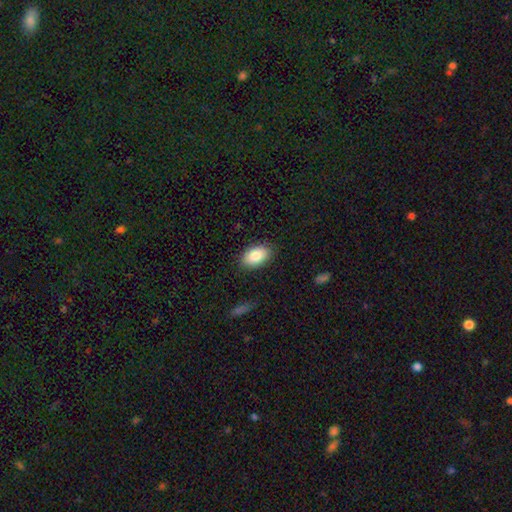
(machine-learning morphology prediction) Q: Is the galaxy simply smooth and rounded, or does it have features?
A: smooth — 85%.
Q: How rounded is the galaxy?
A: in between — 92%.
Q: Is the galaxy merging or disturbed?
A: none — 86%.